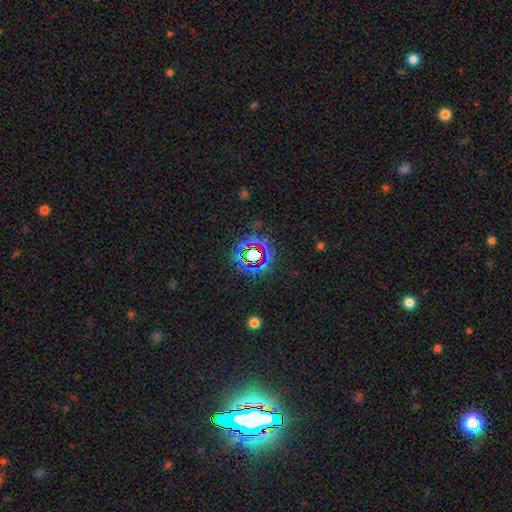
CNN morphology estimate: smooth_or_featured: star or artifact (p=0.74) [alt: smooth p=0.16]